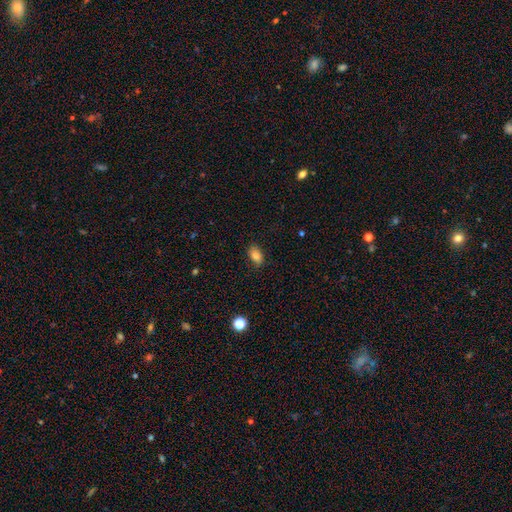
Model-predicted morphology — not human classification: Q: Smooth or featured?
A: smooth (84%); runner-up: star or artifact (10%)
Q: How rounded?
A: in between (86%); runner-up: round (12%)
Q: Merging?
A: none (83%); runner-up: minor disturbance (13%)